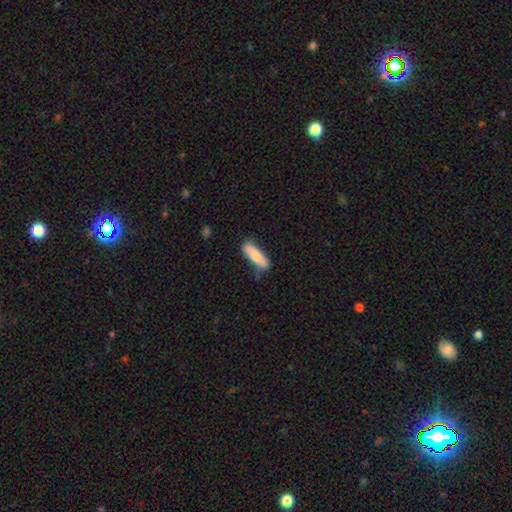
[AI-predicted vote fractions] Smooth or featured: smooth — 75% (featured or disk — 19%)
How rounded: cigar-shaped — 61% (in between — 38%)
Merging: none — 69% (minor disturbance — 23%)